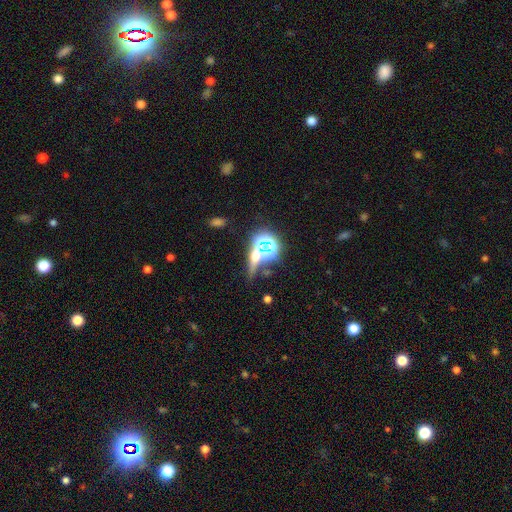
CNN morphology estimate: type=star or artifact (49%).